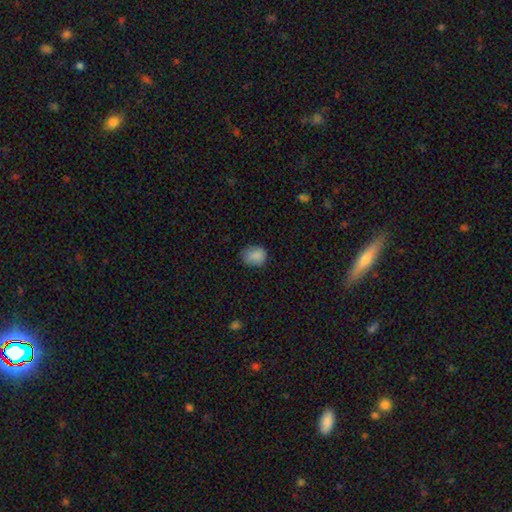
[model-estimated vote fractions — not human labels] smooth-or-featured: smooth: 85% | star or artifact: 10% | featured or disk: 5%
  how-rounded: round: 58% | in between: 41% | cigar-shaped: 1%
  merging: none: 73% | minor disturbance: 21% | major disturbance: 5% | merger: 1%